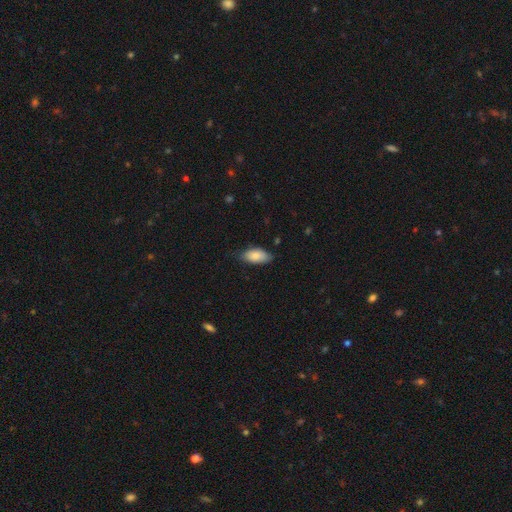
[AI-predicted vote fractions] This is clearly a smooth galaxy (84%). How rounded: clearly in between (92%). Merging: likely none (71%).